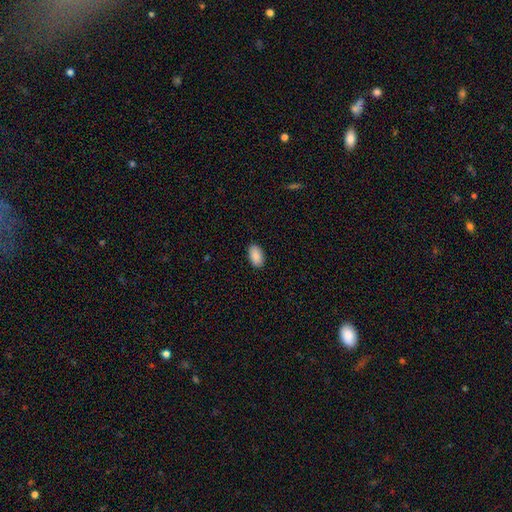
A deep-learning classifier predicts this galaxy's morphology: smooth-or-featured: smooth: 90% | star or artifact: 6% | featured or disk: 4%
  how-rounded: in between: 94% | round: 4% | cigar-shaped: 1%
  merging: none: 89% | minor disturbance: 8% | major disturbance: 2% | merger: 1%